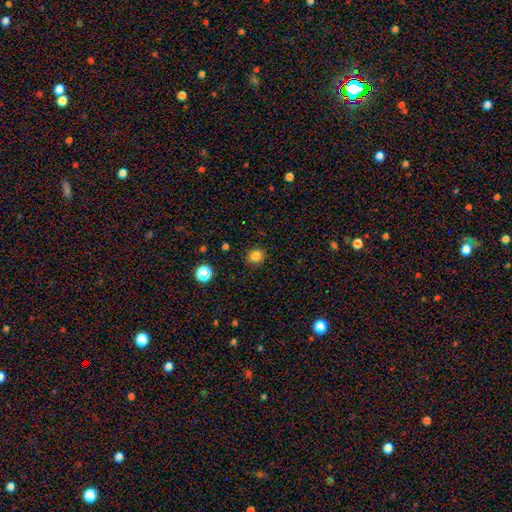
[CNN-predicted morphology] Smooth or featured: smooth — 83% (star or artifact — 13%)
How rounded: round — 79% (in between — 20%)
Merging: none — 88% (minor disturbance — 8%)